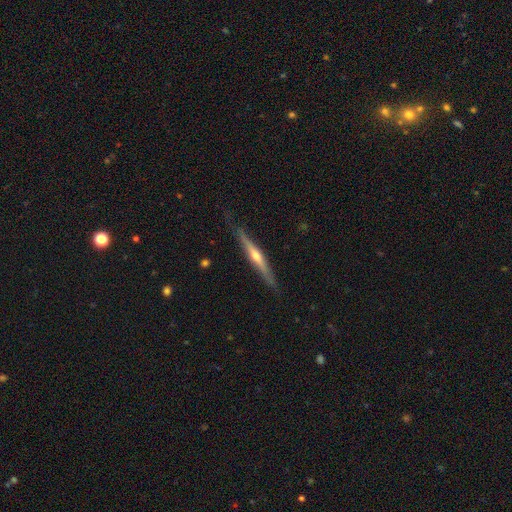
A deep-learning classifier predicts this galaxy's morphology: Smooth or featured?
  - featured or disk: 74% *
  - smooth: 21%
  - star or artifact: 5%
Edge-on disk?
  - yes: 97% *
  - no: 3%
Edge-on bulge?
  - rounded: 82% *
  - none: 13%
  - boxy: 5%
Merging?
  - none: 84% *
  - minor disturbance: 12%
  - major disturbance: 2%
  - merger: 1%